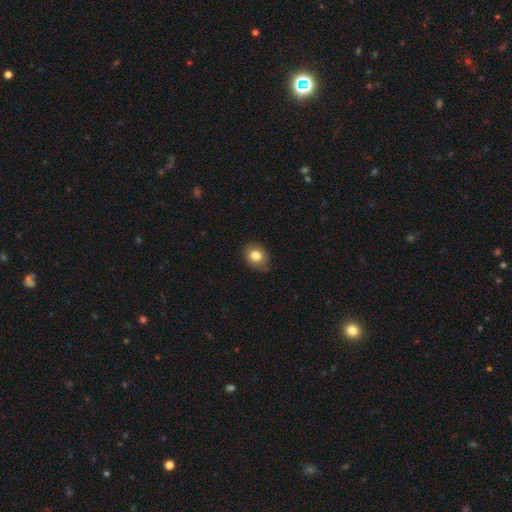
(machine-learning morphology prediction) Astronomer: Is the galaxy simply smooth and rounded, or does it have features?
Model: smooth — 79%.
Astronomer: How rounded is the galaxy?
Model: in between — 53% (runner-up: round, 47%).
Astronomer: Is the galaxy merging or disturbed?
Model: none — 72%.